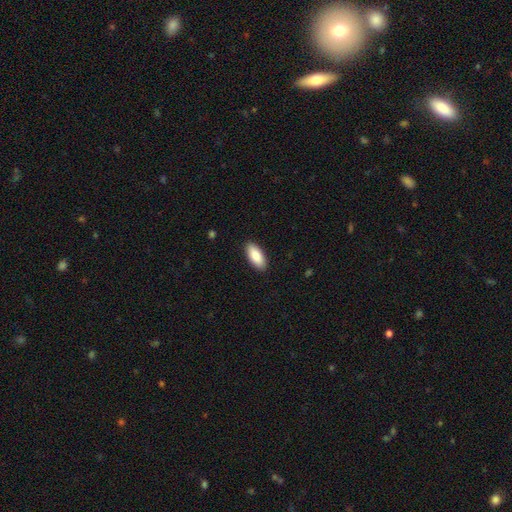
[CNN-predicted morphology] Smooth or featured? Predicted: smooth (p=0.88). How rounded? Predicted: in between (p=0.87). Merging? Predicted: none (p=0.90).